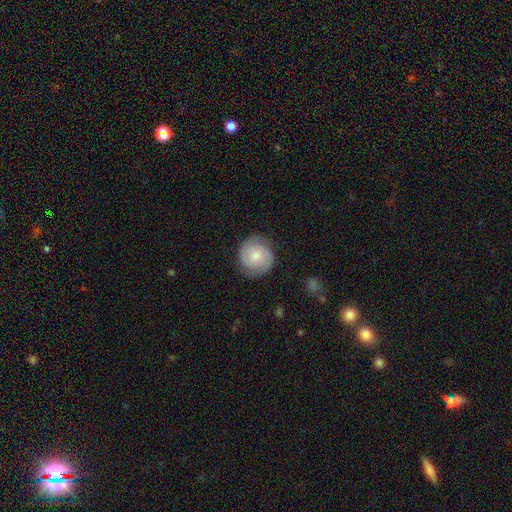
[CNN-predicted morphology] smooth_or_featured: featured or disk (p=0.54) [alt: smooth p=0.40]
disk_edge_on: no (p=0.98) [alt: yes p=0.02]
bar: no (p=0.64) [alt: weak p=0.31]
has_spiral_arms: yes (p=0.91) [alt: no p=0.09]
bulge_size: moderate (p=0.53) [alt: small p=0.35]
merging: none (p=0.81) [alt: minor disturbance p=0.14]